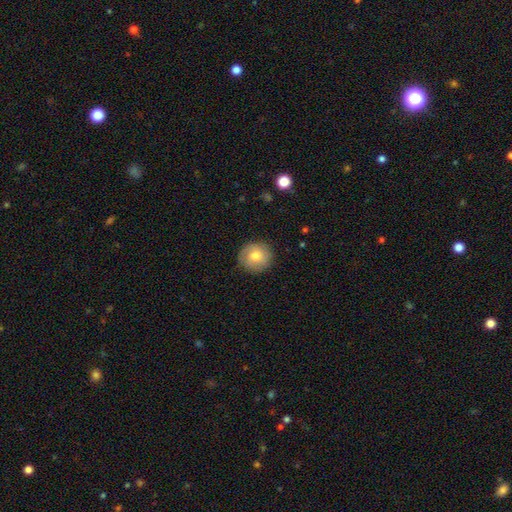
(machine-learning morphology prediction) Smooth or featured: smooth — 68% (featured or disk — 24%)
How rounded: round — 91% (in between — 8%)
Merging: none — 84% (minor disturbance — 12%)